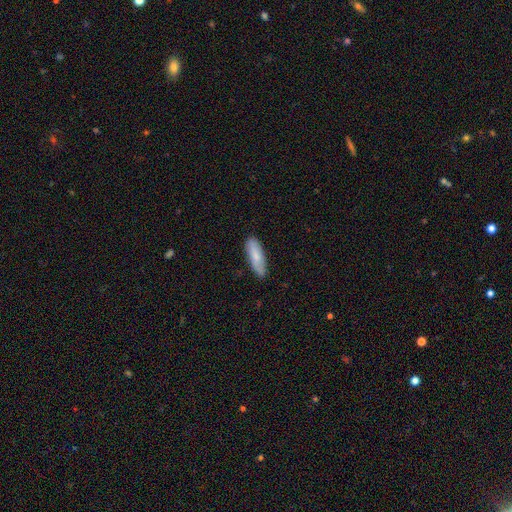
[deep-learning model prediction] The model was most divided on "how rounded": in between: 53%, cigar-shaped: 45%, round: 2%. More confident: merging — none (82%); smooth or featured — smooth (74%).